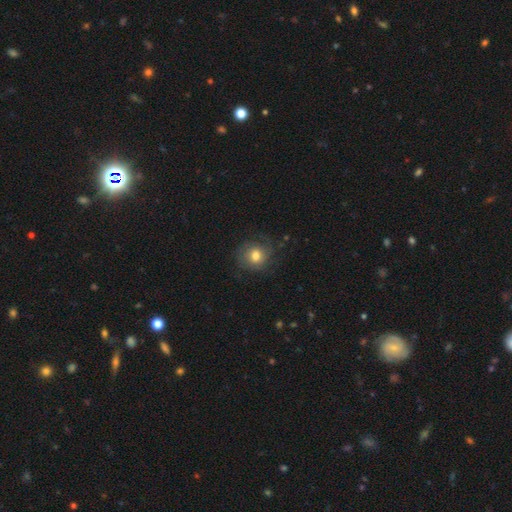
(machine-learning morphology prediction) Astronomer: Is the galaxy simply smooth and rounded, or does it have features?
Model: smooth — 68%.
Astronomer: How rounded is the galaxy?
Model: round — 83%.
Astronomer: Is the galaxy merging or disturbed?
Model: none — 72%.